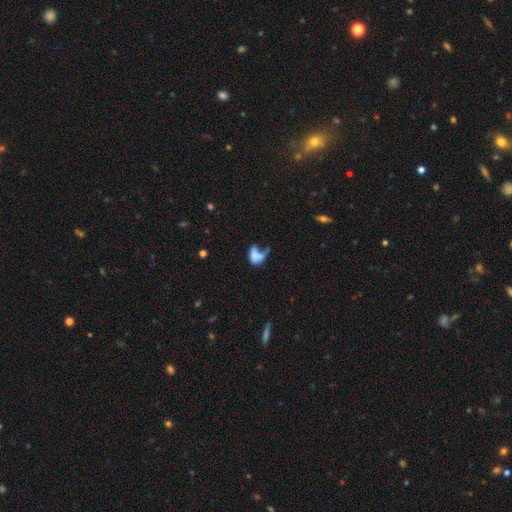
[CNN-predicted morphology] Smooth or featured? smooth (63%)
How rounded? in between (75%)
Merging? major disturbance (37%)